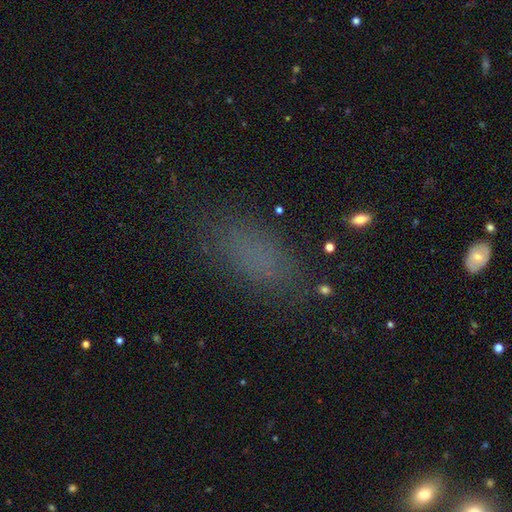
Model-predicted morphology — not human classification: Overall: smooth (73%). How rounded: in between (78%). Merging: none (82%).